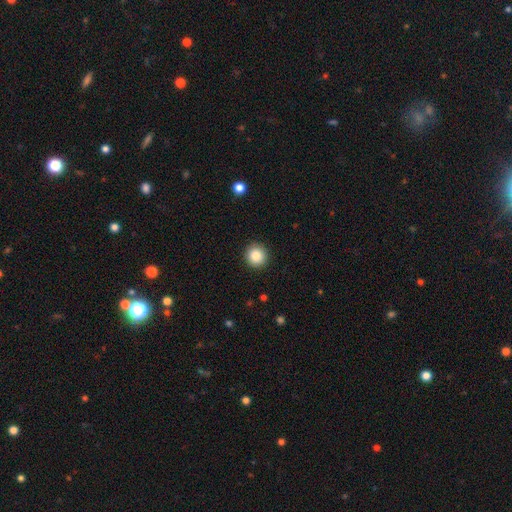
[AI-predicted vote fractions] smooth 86%, star or artifact 9%, featured or disk 5%. Down the decision tree: how rounded — round (94%); merging — none (92%).